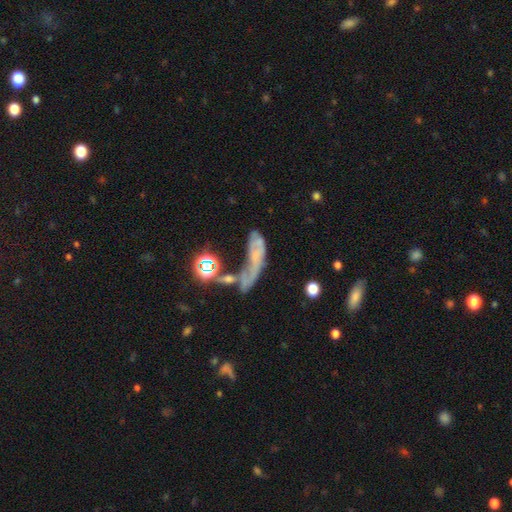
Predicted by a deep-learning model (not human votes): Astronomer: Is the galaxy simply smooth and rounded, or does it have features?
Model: featured or disk — 43% (runner-up: smooth, 35%).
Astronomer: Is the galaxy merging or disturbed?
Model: major disturbance — 40% (runner-up: merger, 24%).